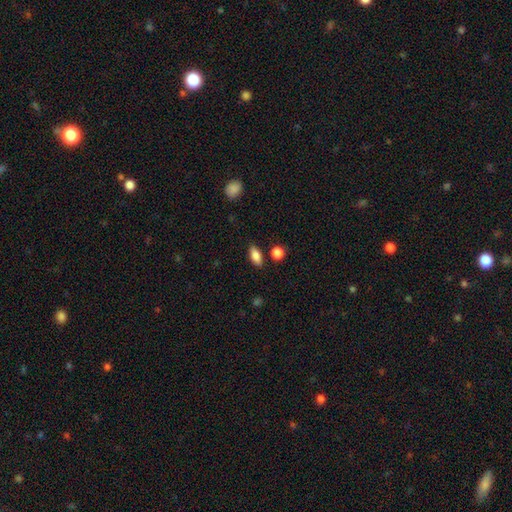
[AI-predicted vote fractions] Smooth or featured? smooth (84%)
How rounded? in between (84%)
Merging? none (83%)